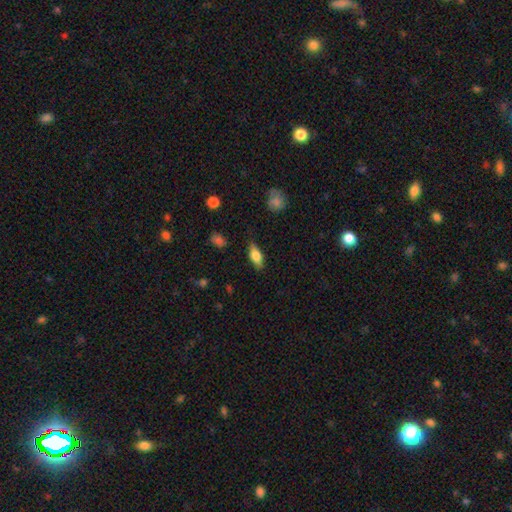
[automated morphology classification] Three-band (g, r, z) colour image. It shows a smooth galaxy with no disk features (69%) that is in between round and cigar-shaped (76%). Merging: none (83%).